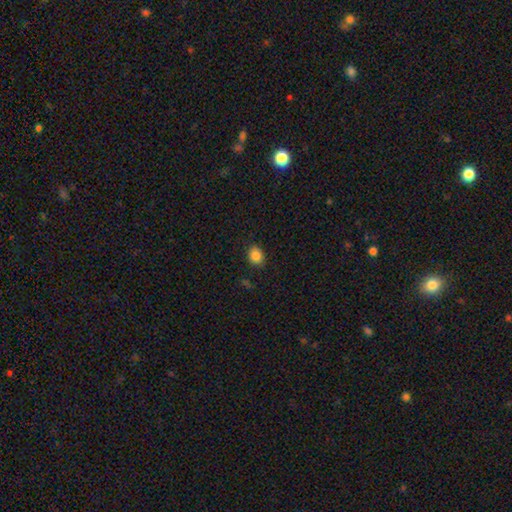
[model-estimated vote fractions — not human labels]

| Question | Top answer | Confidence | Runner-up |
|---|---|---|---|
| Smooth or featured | smooth | 85% | star or artifact (10%) |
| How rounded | in between | 58% | round (41%) |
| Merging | none | 86% | minor disturbance (10%) |